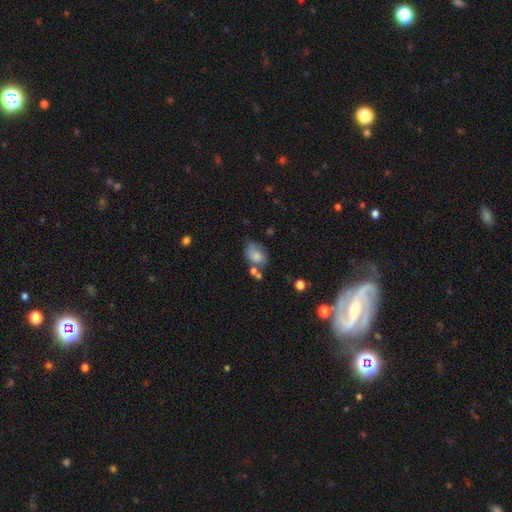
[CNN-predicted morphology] Smooth or featured?
  - smooth: 73% *
  - featured or disk: 18%
  - star or artifact: 9%
How rounded?
  - in between: 75% *
  - round: 24%
  - cigar-shaped: 1%
Merging?
  - none: 42% *
  - minor disturbance: 28%
  - merger: 17%
  - major disturbance: 13%